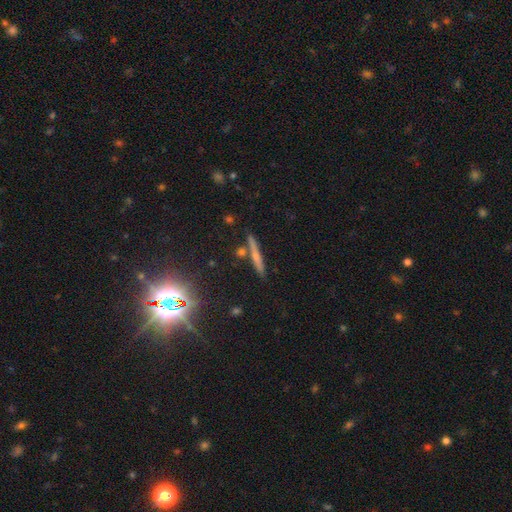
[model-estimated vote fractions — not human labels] This appears to be a smooth galaxy with no disk features (47%). Merging: none (80%).